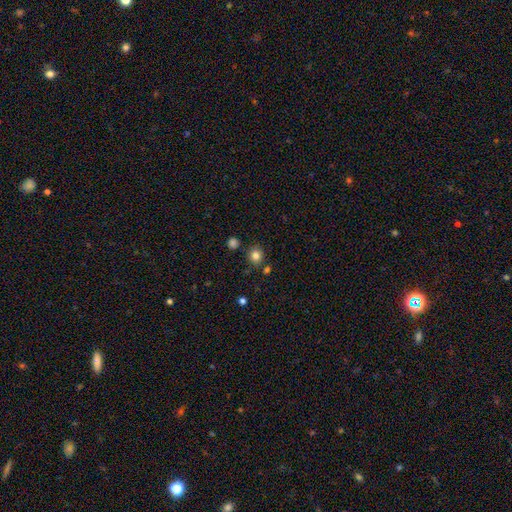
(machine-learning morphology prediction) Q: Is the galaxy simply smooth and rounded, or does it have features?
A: smooth — 82%.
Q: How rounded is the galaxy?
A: round — 83%.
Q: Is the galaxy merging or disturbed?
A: none — 83%.